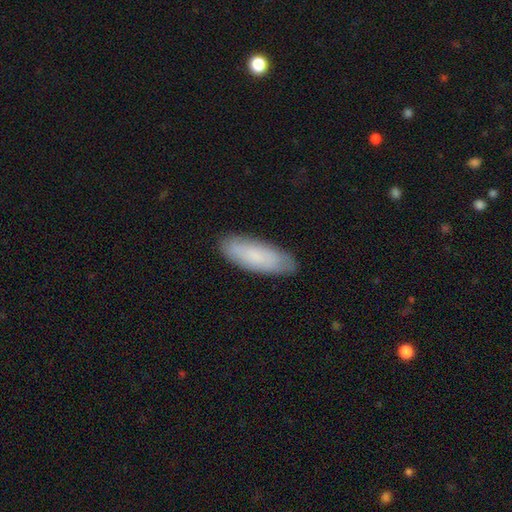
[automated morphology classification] The model was most divided on "how rounded": in between: 66%, cigar-shaped: 32%, round: 2%. More confident: merging — none (83%); smooth or featured — smooth (75%).